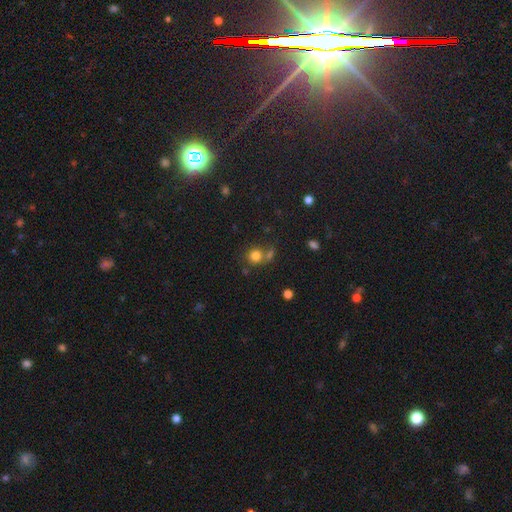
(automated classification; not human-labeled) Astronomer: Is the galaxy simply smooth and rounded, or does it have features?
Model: smooth — 79%.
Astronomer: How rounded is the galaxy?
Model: round — 85%.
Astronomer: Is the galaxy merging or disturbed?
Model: none — 58%.